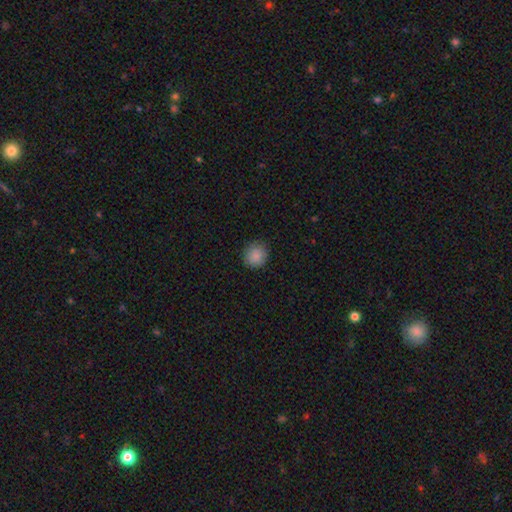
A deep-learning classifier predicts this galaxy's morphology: smooth-or-featured: smooth: 87% | star or artifact: 9% | featured or disk: 4%
  how-rounded: round: 91% | in between: 8% | cigar-shaped: 1%
  merging: none: 89% | minor disturbance: 8% | major disturbance: 2% | merger: 1%